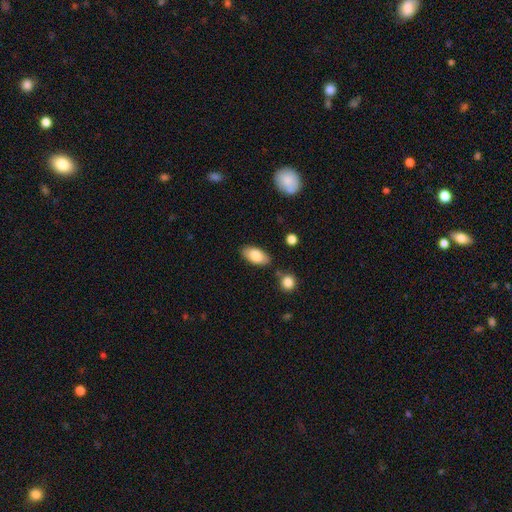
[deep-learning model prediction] A smooth galaxy with no disk features (82%) that is in between round and cigar-shaped (92%). Merging: none (80%).